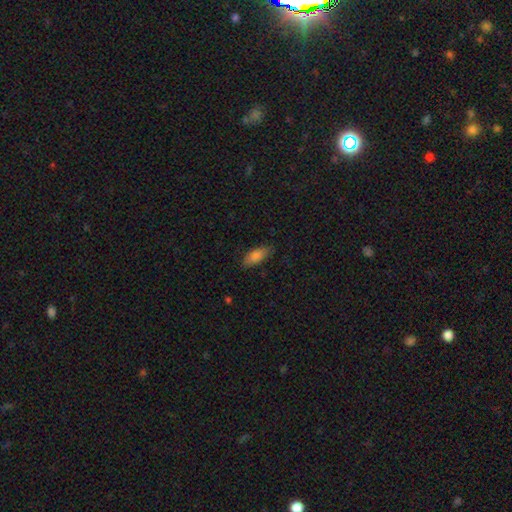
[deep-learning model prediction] smooth-or-featured: smooth: 82% | featured or disk: 11% | star or artifact: 7%
  how-rounded: in between: 76% | cigar-shaped: 21% | round: 2%
  merging: none: 83% | minor disturbance: 13% | major disturbance: 2% | merger: 1%